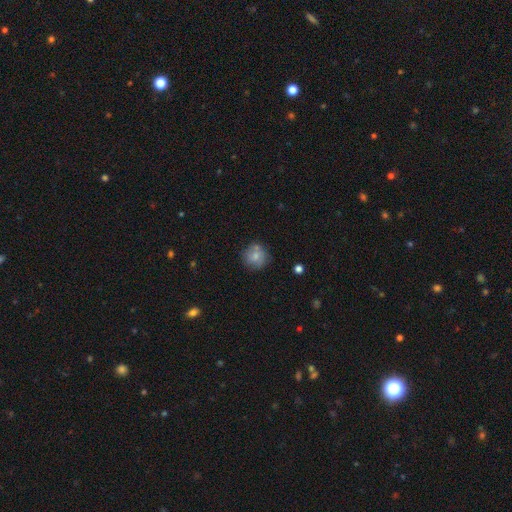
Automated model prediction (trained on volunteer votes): This appears to be a smooth galaxy with no disk features (72%) that is round (89%). Merging: none (71%).